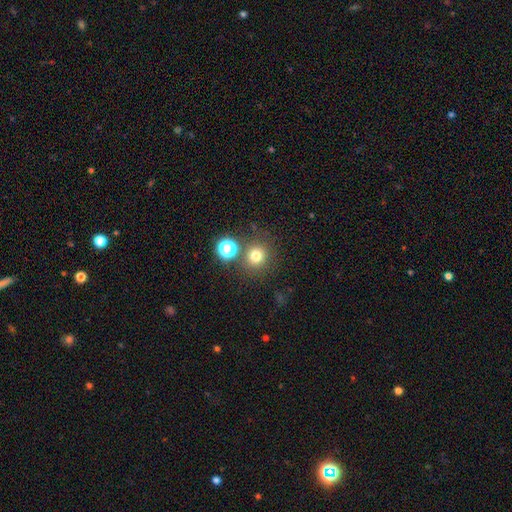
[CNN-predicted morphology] smooth-or-featured: smooth: 75% | star or artifact: 17% | featured or disk: 7%
  how-rounded: round: 92% | in between: 7% | cigar-shaped: 1%
  merging: none: 77% | merger: 11% | minor disturbance: 8% | major disturbance: 4%